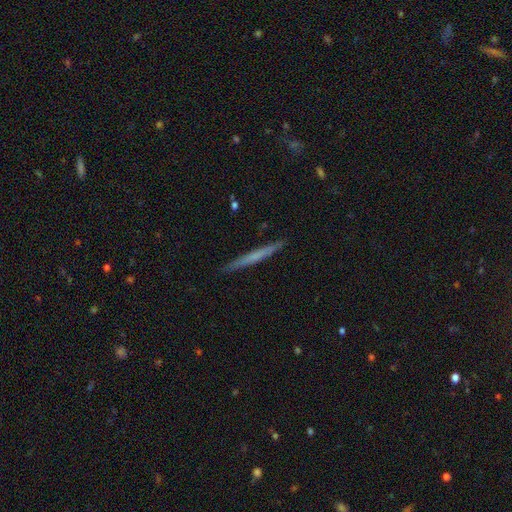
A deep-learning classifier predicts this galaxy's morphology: Overall: smooth (49%; featured or disk 45%). Merging: none (91%).